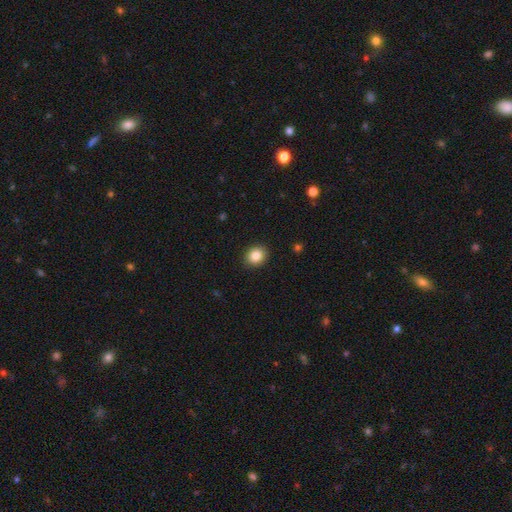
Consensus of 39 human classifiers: Morphology: type=smooth (87%); roundness=round (74%); merging=none (97%).